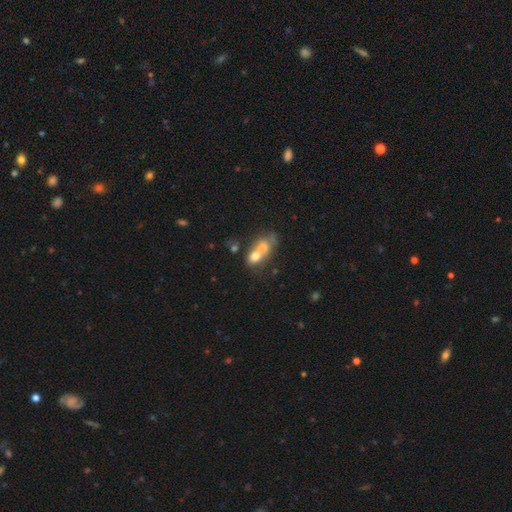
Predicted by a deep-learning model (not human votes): smooth-or-featured: smooth: 65% | featured or disk: 24% | star or artifact: 11%
  how-rounded: in between: 55% | round: 42% | cigar-shaped: 3%
  merging: merger: 73% | none: 17% | minor disturbance: 6% | major disturbance: 4%